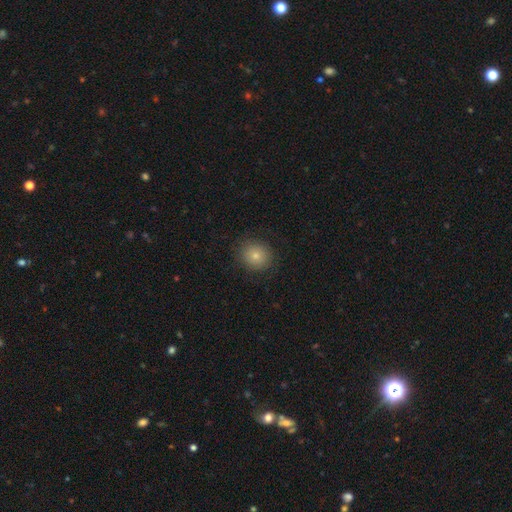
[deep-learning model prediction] smooth_or_featured: smooth (p=0.80) [alt: star or artifact p=0.12]
how_rounded: round (p=0.84) [alt: in between p=0.15]
merging: none (p=0.88) [alt: minor disturbance p=0.08]